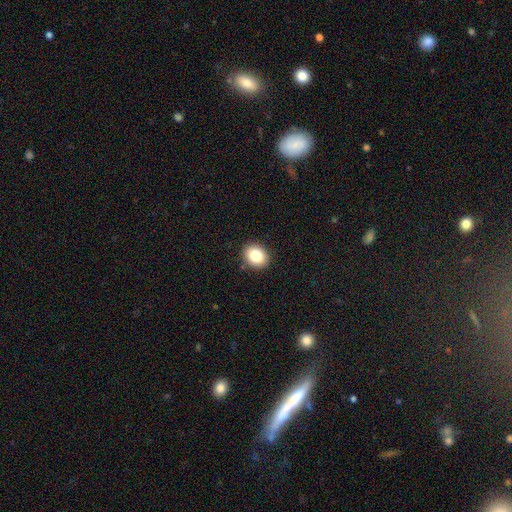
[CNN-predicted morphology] This is clearly a smooth galaxy (83%). How rounded: possibly round (52%). Merging: clearly none (90%).